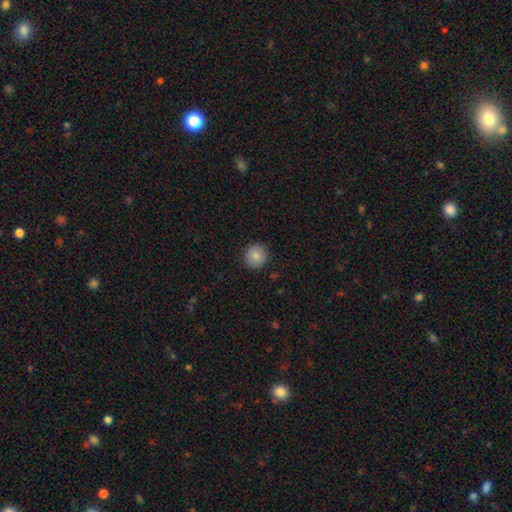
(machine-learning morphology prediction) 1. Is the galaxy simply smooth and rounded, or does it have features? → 85% smooth, 9% star or artifact, 6% featured or disk.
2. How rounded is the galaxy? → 95% round, 4% in between, 1% cigar-shaped.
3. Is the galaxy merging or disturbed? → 92% none, 6% minor disturbance, 2% major disturbance, 1% merger.